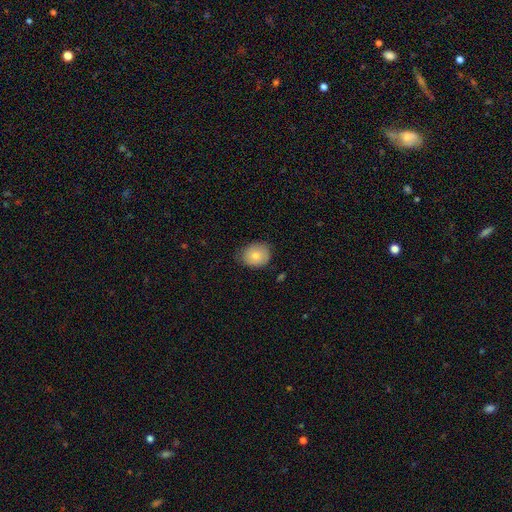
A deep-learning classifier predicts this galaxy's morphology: smooth-or-featured: smooth: 78% | featured or disk: 14% | star or artifact: 8%
  how-rounded: round: 61% | in between: 38% | cigar-shaped: 1%
  merging: none: 73% | minor disturbance: 22% | major disturbance: 4% | merger: 1%